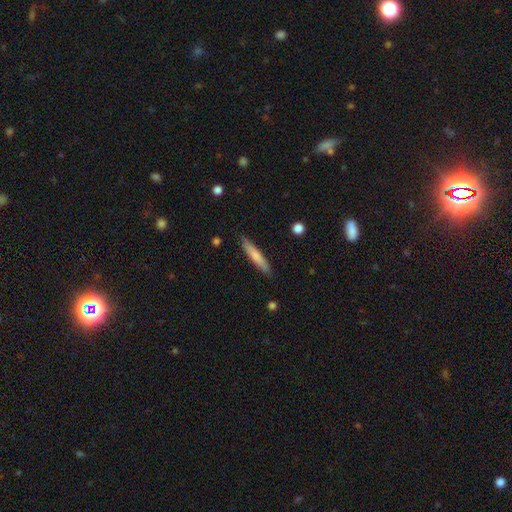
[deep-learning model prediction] This is likely a smooth galaxy (72%). How rounded: clearly cigar-shaped (91%). Merging: clearly none (87%).